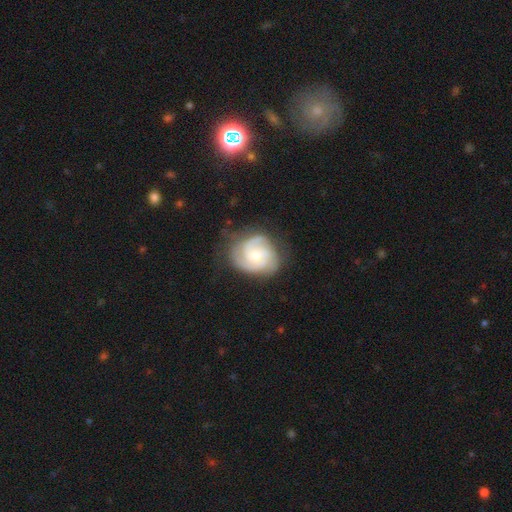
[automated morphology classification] The model was most divided on "spiral arm count": 3: 41%, 2: 28%, can't tell: 17%, 4: 6%, 1: 4%, more than 4: 4%. More confident: edge-on disk — no (98%); spiral arms — yes (96%); smooth or featured — featured or disk (80%); bar — no (70%); merging — none (67%); bulge size — moderate (57%); spiral winding — tight (52%).